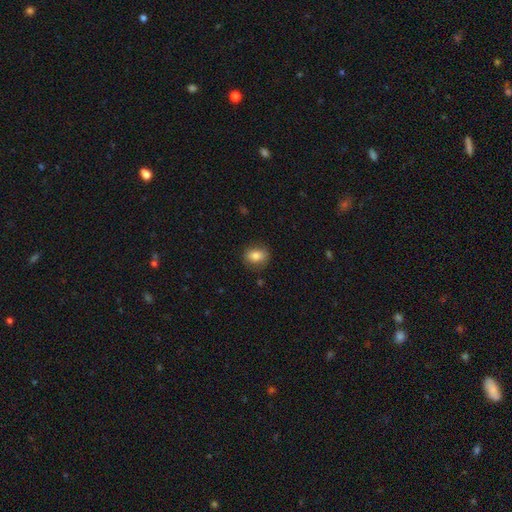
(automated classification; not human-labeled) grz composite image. It shows a smooth galaxy with no disk features (81%) that is in between round and cigar-shaped (61%). Merging: none (83%).